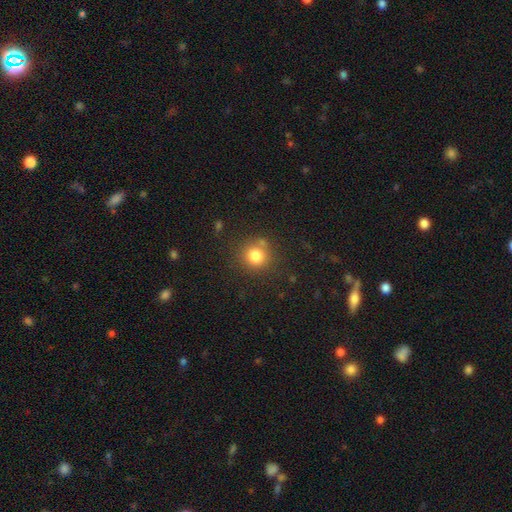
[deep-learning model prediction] The model was most divided on "merging": none: 79%, minor disturbance: 11%, merger: 6%, major disturbance: 4%. More confident: how rounded — round (91%); smooth or featured — smooth (80%).